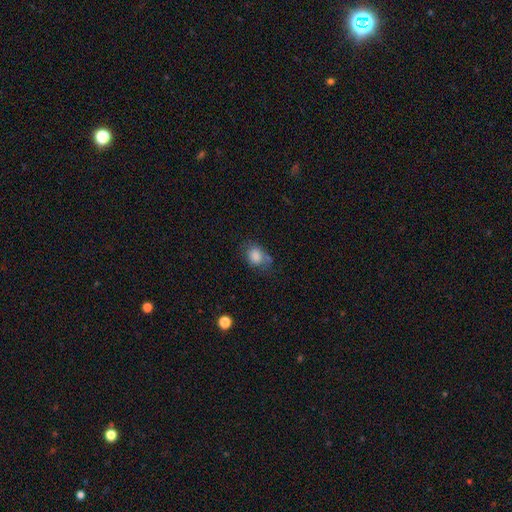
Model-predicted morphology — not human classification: type=smooth (81%); roundness=in between (62%); merging=none (51%).